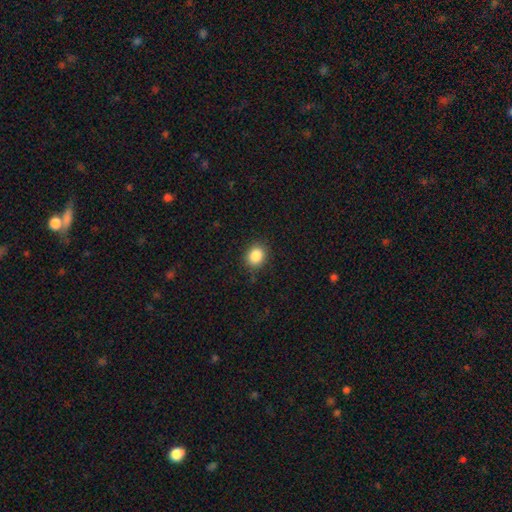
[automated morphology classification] The model was most divided on "how rounded": round: 61%, in between: 38%, cigar-shaped: 1%. More confident: merging — none (87%); smooth or featured — smooth (86%).